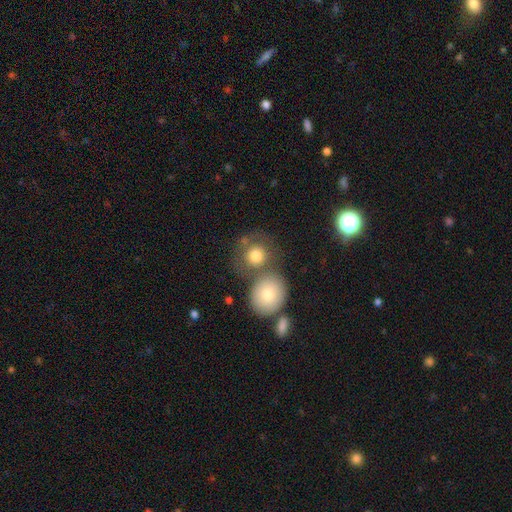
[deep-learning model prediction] Morphology: type=smooth (77%); roundness=round (85%); merging=none (51%).